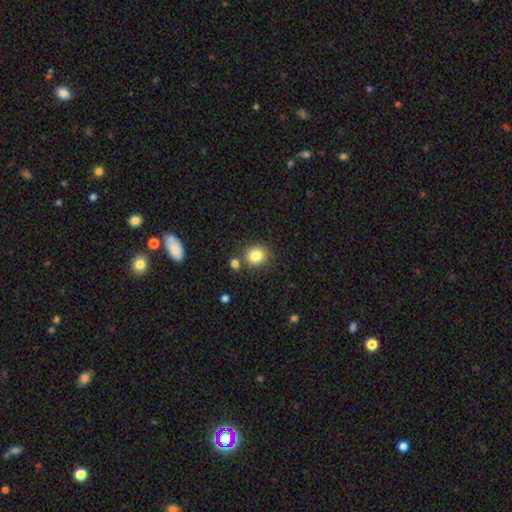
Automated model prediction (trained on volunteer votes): A smooth galaxy with no disk features (84%) that is round (76%).

Vote fractions:
- Smooth or featured? smooth: 84% / star or artifact: 10% / featured or disk: 6%
- How rounded? round: 76% / in between: 23% / cigar-shaped: 1%
- Merging? none: 77% / merger: 11% / minor disturbance: 9% / major disturbance: 3%